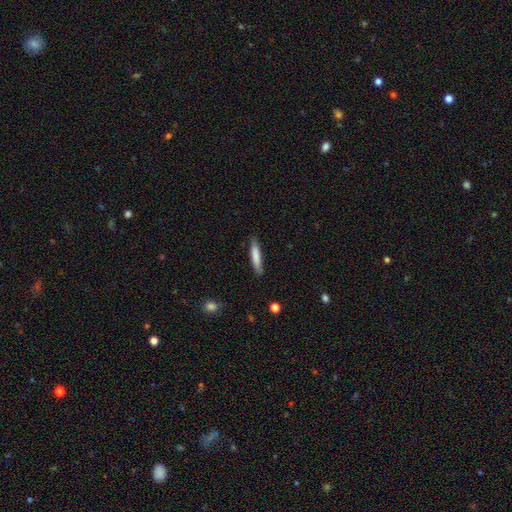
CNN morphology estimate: A smooth galaxy with no disk features (80%) that is cigar-shaped (87%).

Vote fractions:
- Smooth or featured? smooth: 80% / featured or disk: 14% / star or artifact: 6%
- How rounded? cigar-shaped: 87% / in between: 12% / round: 1%
- Merging? none: 83% / minor disturbance: 14% / major disturbance: 2% / merger: 1%